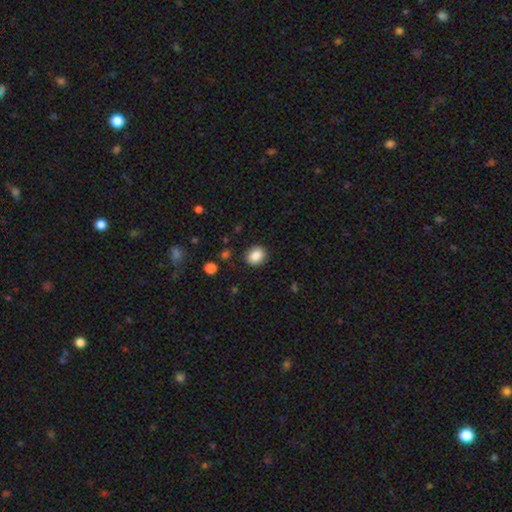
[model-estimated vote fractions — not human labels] Smooth or featured? Predicted: smooth (p=0.87). How rounded? Predicted: round (p=0.55). Merging? Predicted: none (p=0.87).